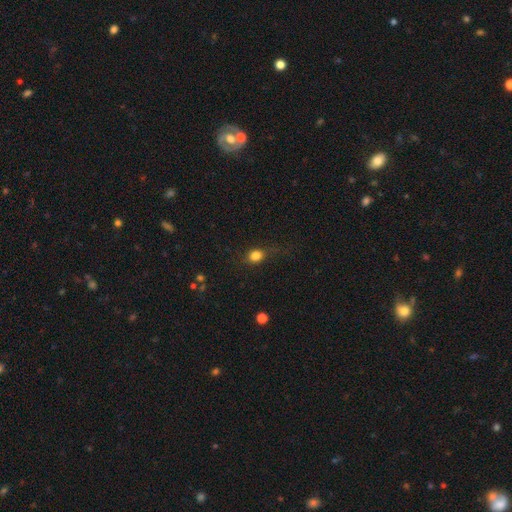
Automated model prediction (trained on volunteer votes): The model was most divided on "how rounded": round: 56%, in between: 41%, cigar-shaped: 3%. More confident: smooth or featured — smooth (80%); merging — none (65%).